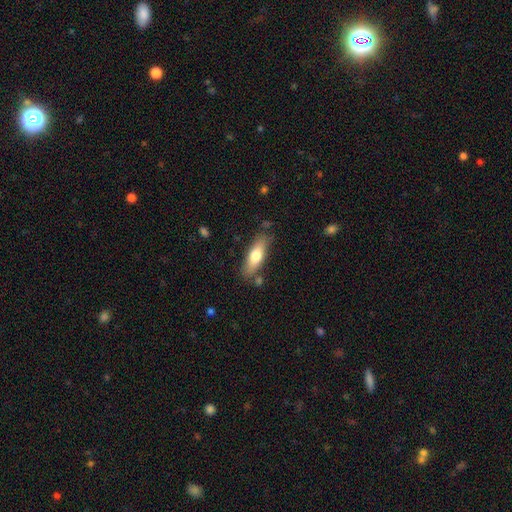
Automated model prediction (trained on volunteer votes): smooth_or_featured: smooth (p=0.68) [alt: featured or disk p=0.26]
how_rounded: in between (p=0.56) [alt: cigar-shaped p=0.42]
merging: none (p=0.78) [alt: minor disturbance p=0.15]